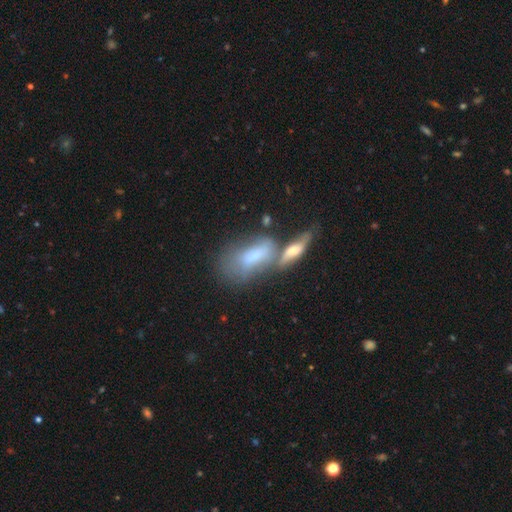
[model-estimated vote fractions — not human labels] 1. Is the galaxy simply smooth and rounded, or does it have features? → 51% smooth, 38% featured or disk, 10% star or artifact.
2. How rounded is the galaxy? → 79% in between, 15% cigar-shaped, 6% round.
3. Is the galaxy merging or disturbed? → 52% merger, 25% none, 13% minor disturbance, 9% major disturbance.